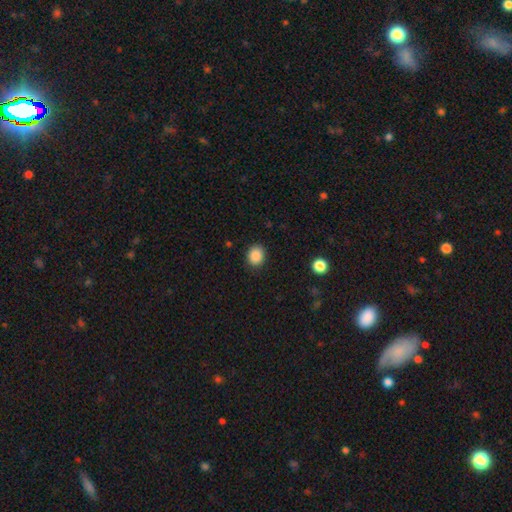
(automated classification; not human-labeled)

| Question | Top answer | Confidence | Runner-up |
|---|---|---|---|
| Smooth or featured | smooth | 87% | star or artifact (9%) |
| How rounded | round | 65% | in between (35%) |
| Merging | none | 88% | minor disturbance (9%) |